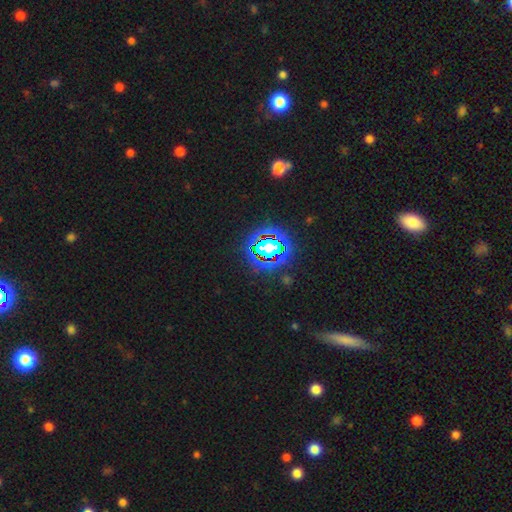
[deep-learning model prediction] Smooth or featured?
  - star or artifact: 75% *
  - smooth: 15%
  - featured or disk: 10%